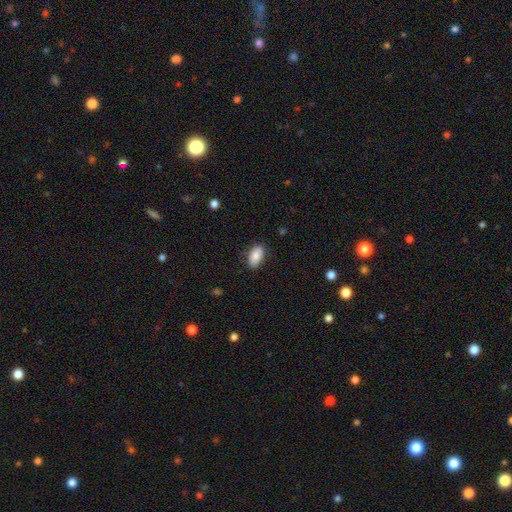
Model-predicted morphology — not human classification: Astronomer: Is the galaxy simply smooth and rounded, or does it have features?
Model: smooth — 85%.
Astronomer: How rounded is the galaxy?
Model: in between — 93%.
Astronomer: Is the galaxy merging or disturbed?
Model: none — 81%.